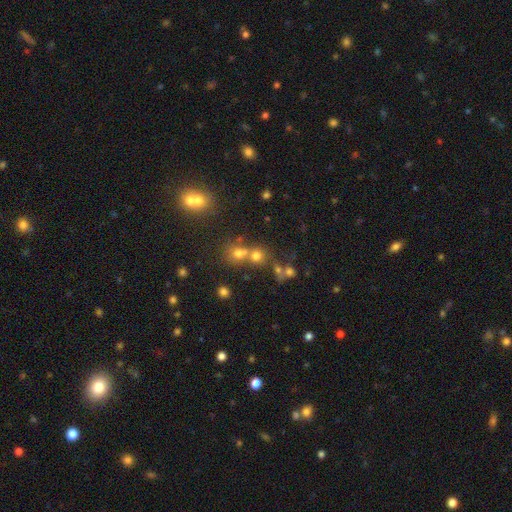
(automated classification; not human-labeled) Smooth or featured: smooth — 51% (star or artifact — 38%)
How rounded: round — 64% (in between — 32%)
Merging: none — 62% (merger — 24%)